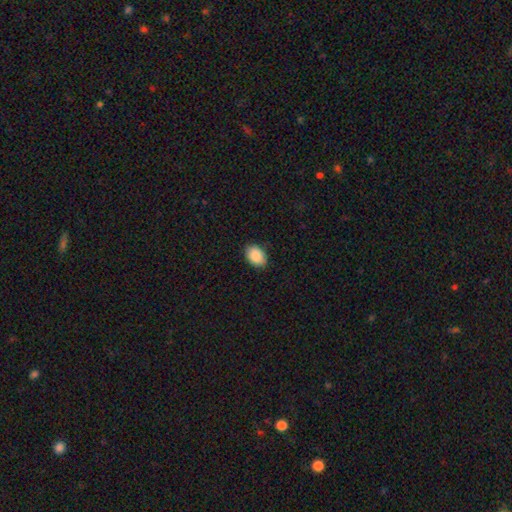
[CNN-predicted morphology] smooth 90%, star or artifact 7%, featured or disk 3%. Down the decision tree: how rounded — in between (83%); merging — none (86%).